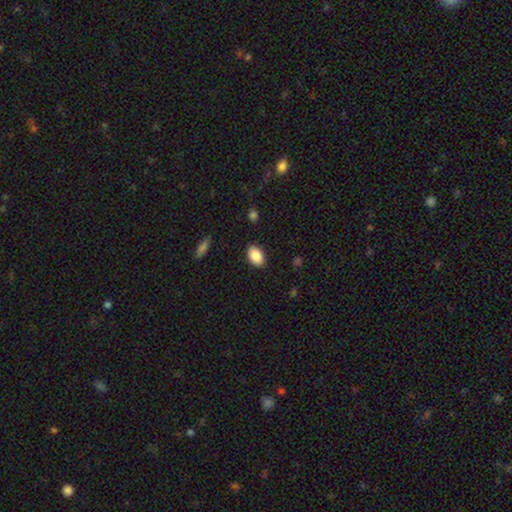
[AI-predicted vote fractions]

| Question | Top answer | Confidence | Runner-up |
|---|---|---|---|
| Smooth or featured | smooth | 88% | star or artifact (7%) |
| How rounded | in between | 91% | round (8%) |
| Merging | none | 88% | minor disturbance (9%) |